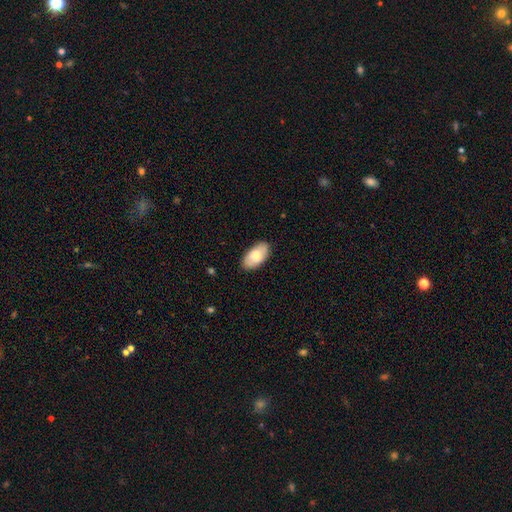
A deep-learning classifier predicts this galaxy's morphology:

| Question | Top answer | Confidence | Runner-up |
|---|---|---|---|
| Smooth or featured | smooth | 73% | featured or disk (22%) |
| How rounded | in between | 95% | round (3%) |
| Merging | none | 86% | minor disturbance (11%) |